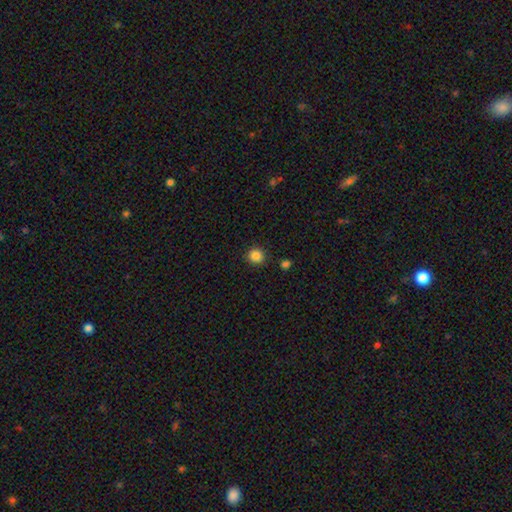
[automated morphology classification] A smooth galaxy with no disk features (86%) that is round (89%). Merging: none (89%).